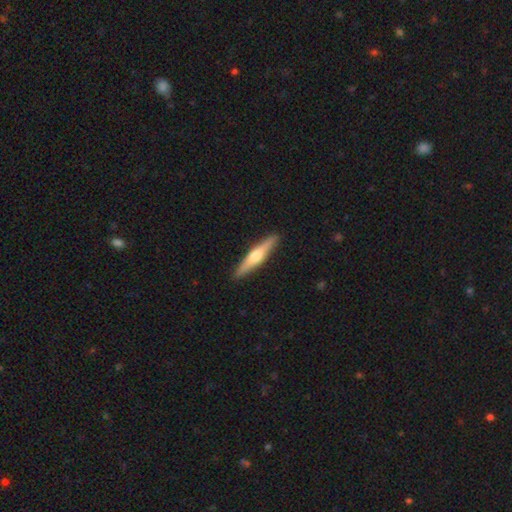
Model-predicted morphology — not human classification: featured or disk 57%, smooth 38%, star or artifact 5%. Down the decision tree: edge-on disk — yes (97%); edge-on bulge — rounded (86%); merging — none (92%).